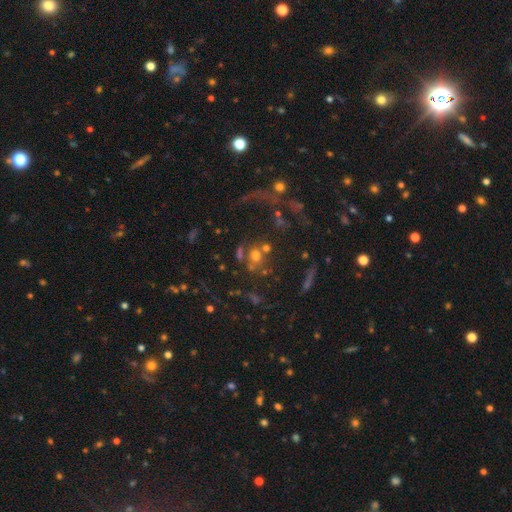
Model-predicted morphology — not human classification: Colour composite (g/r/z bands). It shows a smooth galaxy with no disk features (45%). Merging: none (48%).